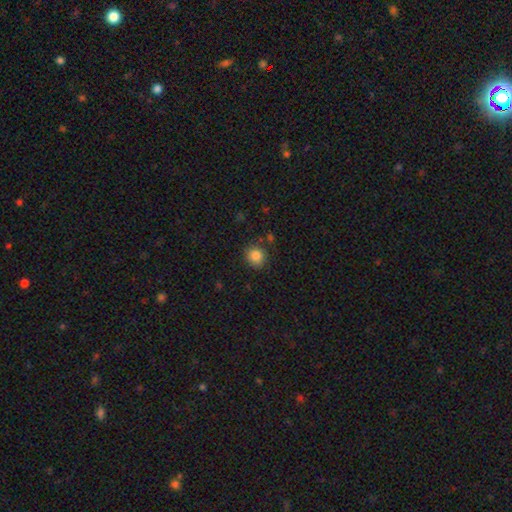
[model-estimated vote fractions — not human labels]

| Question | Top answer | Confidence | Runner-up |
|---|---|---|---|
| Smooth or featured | smooth | 84% | star or artifact (11%) |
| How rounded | round | 88% | in between (11%) |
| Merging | none | 85% | minor disturbance (9%) |